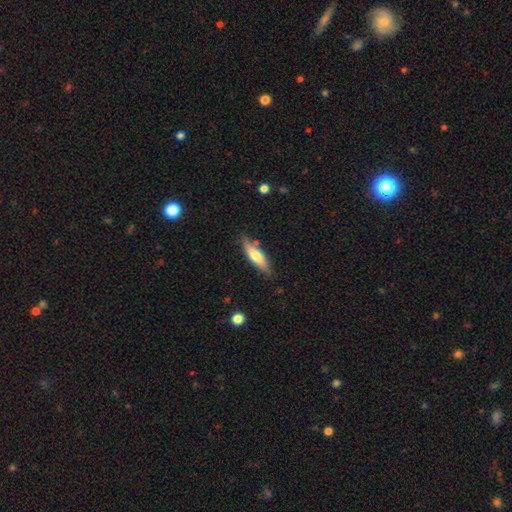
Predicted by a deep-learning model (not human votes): Overall: smooth (59%; featured or disk 35%). How rounded: cigar-shaped (64%; in between 34%). Merging: none (80%).